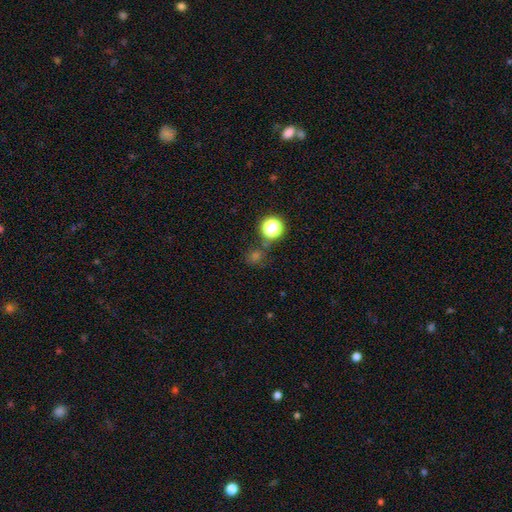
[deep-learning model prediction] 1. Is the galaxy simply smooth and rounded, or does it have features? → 52% smooth, 41% star or artifact, 7% featured or disk.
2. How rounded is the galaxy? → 87% round, 11% in between, 1% cigar-shaped.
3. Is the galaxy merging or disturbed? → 72% none, 13% merger, 10% minor disturbance, 5% major disturbance.